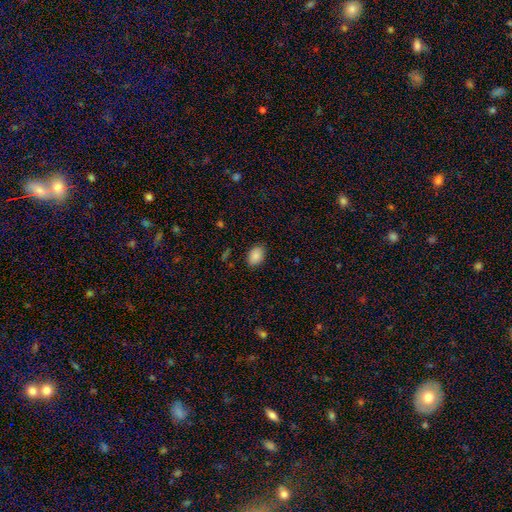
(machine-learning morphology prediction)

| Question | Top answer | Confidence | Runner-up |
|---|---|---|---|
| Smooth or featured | smooth | 87% | star or artifact (8%) |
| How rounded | in between | 81% | round (18%) |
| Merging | none | 85% | minor disturbance (12%) |